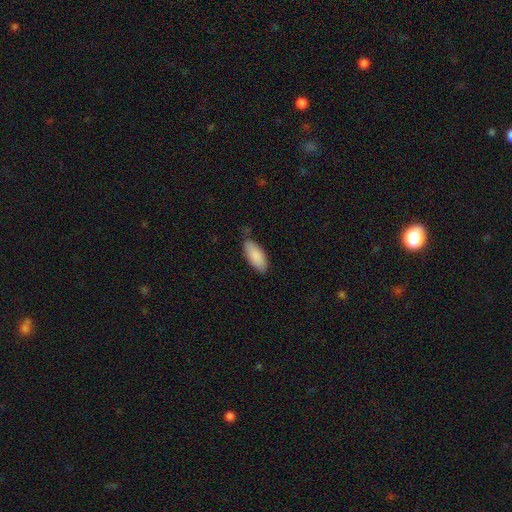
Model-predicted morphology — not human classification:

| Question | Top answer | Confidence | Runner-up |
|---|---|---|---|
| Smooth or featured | smooth | 88% | featured or disk (6%) |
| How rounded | in between | 85% | cigar-shaped (14%) |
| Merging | none | 75% | minor disturbance (20%) |